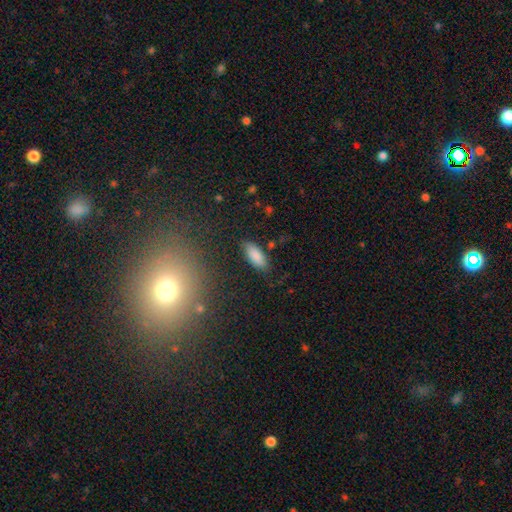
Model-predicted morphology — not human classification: The model was most divided on "how rounded": in between: 80%, cigar-shaped: 18%, round: 2%. More confident: smooth or featured — smooth (86%); merging — none (80%).